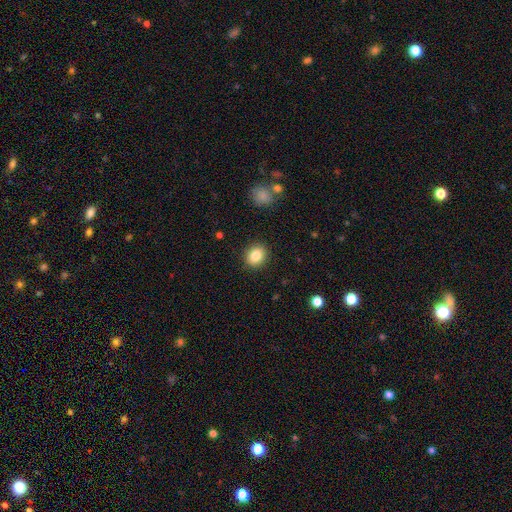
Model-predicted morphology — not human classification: Smooth or featured? Predicted: smooth (p=0.84). How rounded? Predicted: round (p=0.64). Merging? Predicted: none (p=0.90).